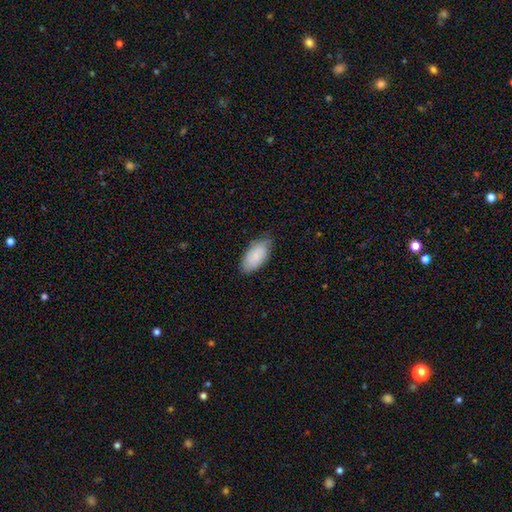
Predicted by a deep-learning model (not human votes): Smooth or featured: smooth — 87% (featured or disk — 8%)
How rounded: in between — 93% (cigar-shaped — 5%)
Merging: none — 77% (minor disturbance — 19%)